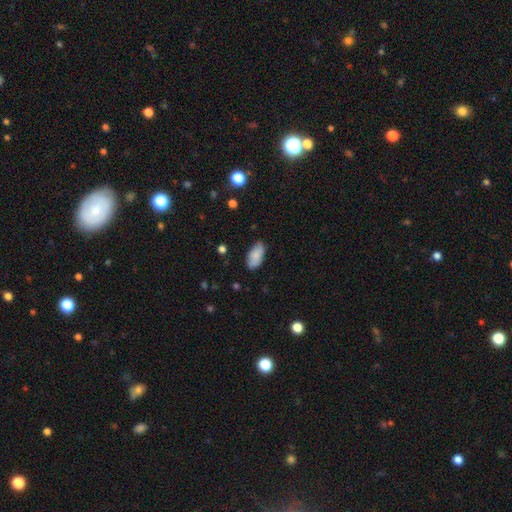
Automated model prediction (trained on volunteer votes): smooth-or-featured: smooth: 85% | featured or disk: 9% | star or artifact: 7%
  how-rounded: in between: 94% | cigar-shaped: 4% | round: 3%
  merging: none: 79% | minor disturbance: 16% | major disturbance: 3% | merger: 1%